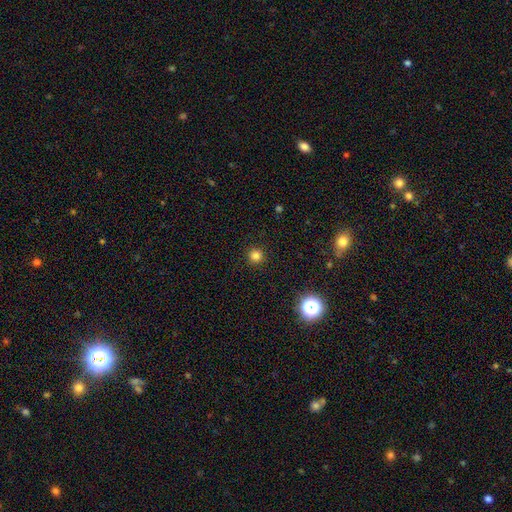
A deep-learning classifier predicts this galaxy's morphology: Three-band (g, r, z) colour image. It shows a smooth galaxy with no disk features (81%) that is round (95%). Merging: none (92%).